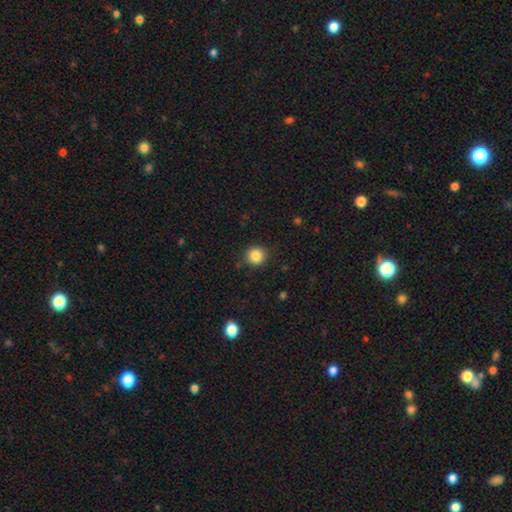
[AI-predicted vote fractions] The model was most divided on "smooth or featured": smooth: 85%, star or artifact: 11%, featured or disk: 4%. More confident: how rounded — round (92%); merging — none (89%).